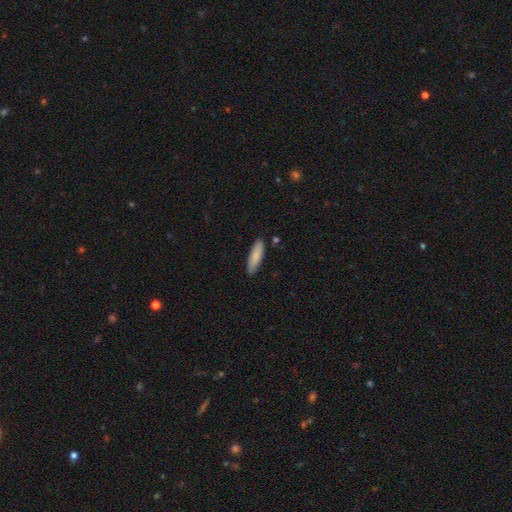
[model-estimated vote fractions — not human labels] Overall: smooth (85%). How rounded: cigar-shaped (59%; in between 39%). Merging: none (86%).